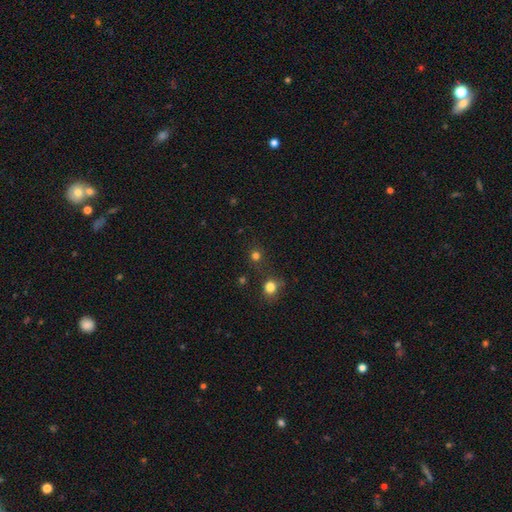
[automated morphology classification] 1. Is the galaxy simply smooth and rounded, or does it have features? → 72% smooth, 22% star or artifact, 5% featured or disk.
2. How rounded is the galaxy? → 91% round, 8% in between, 1% cigar-shaped.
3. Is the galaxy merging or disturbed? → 76% none, 11% merger, 9% minor disturbance, 4% major disturbance.